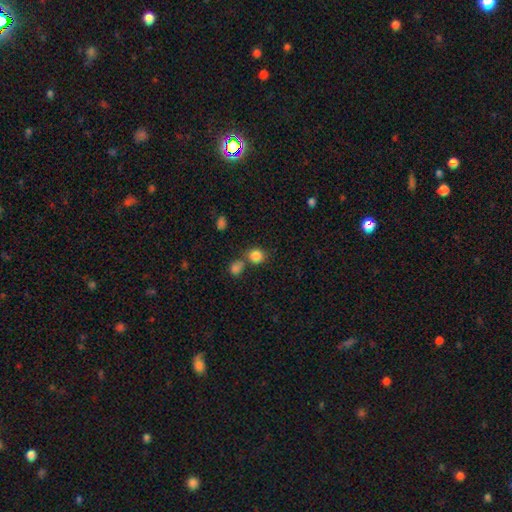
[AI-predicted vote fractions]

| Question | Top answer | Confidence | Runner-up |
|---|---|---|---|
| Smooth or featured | smooth | 84% | star or artifact (11%) |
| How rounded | round | 78% | in between (21%) |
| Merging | none | 60% | merger (25%) |